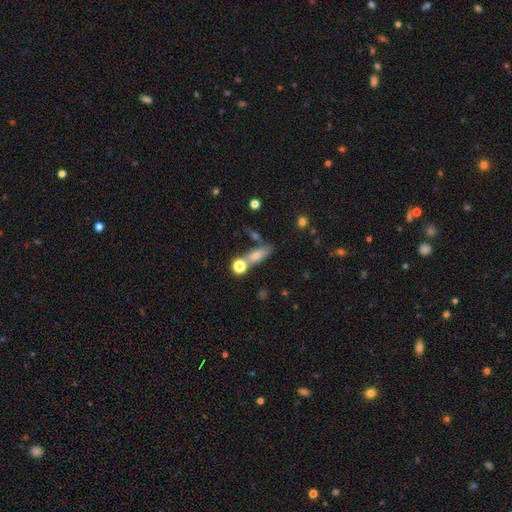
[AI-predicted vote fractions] The model was most divided on "how rounded": in between: 56%, cigar-shaped: 35%, round: 9%. More confident: smooth or featured — smooth (67%); merging — none (51%).